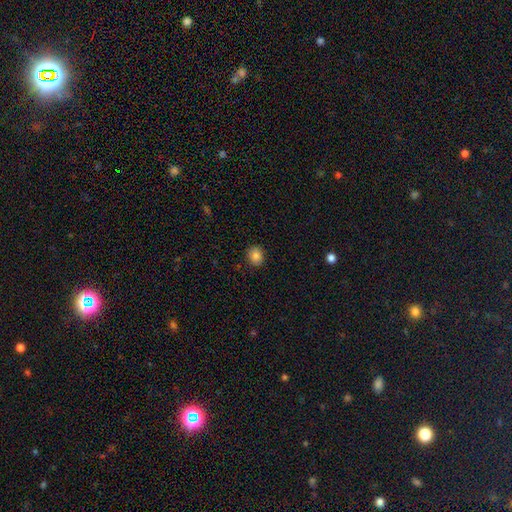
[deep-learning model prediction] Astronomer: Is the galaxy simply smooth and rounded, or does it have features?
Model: smooth — 84%.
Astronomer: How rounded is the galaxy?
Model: round — 74%.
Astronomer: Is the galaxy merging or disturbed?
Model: none — 89%.